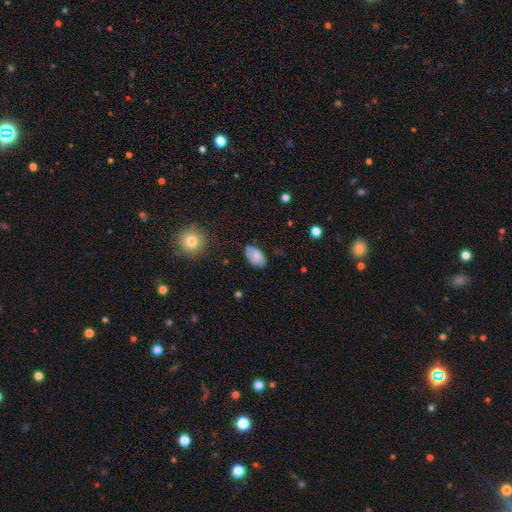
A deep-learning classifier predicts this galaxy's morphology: Smooth or featured: smooth — 78% (featured or disk — 14%)
How rounded: in between — 93% (round — 6%)
Merging: none — 71% (minor disturbance — 22%)